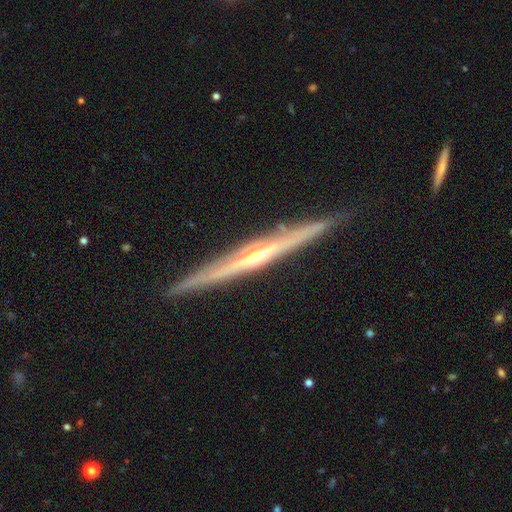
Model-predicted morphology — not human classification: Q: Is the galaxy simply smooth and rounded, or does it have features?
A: featured or disk — 85%.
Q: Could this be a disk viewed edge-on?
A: yes — 97%.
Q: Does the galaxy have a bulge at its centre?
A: rounded — 75%.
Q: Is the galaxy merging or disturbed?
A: none — 89%.